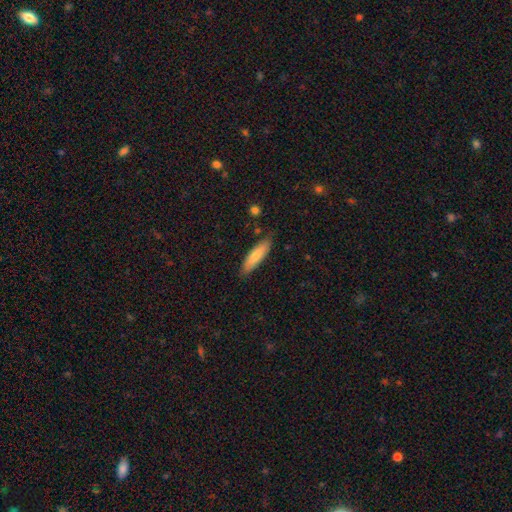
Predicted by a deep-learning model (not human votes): A smooth galaxy with no disk features (78%) that is cigar-shaped (66%). Merging: none (82%).